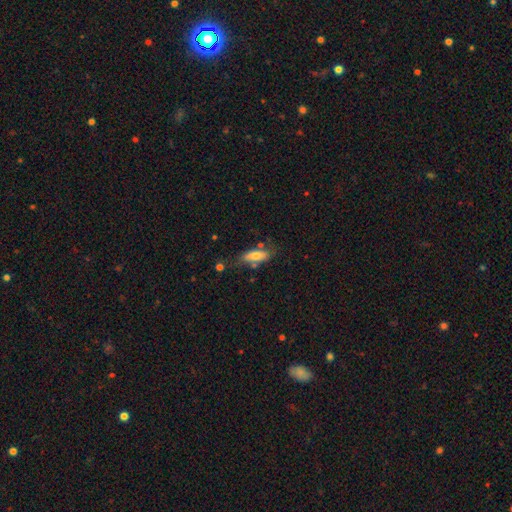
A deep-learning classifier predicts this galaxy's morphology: Smooth or featured? Predicted: smooth (p=0.69). How rounded? Predicted: in between (p=0.69). Merging? Predicted: none (p=0.61).